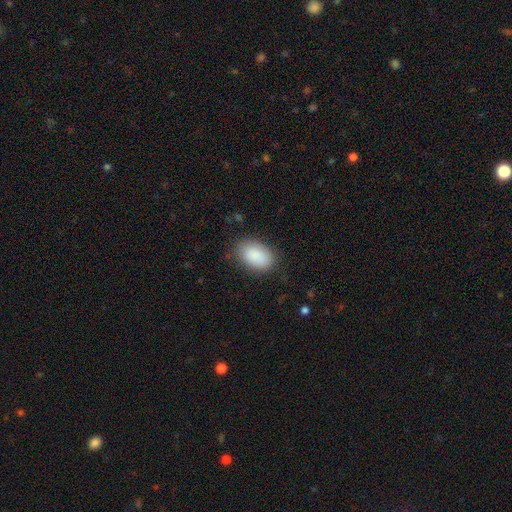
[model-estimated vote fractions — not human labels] Q: Smooth or featured?
A: smooth (89%); runner-up: star or artifact (7%)
Q: How rounded?
A: in between (90%); runner-up: round (9%)
Q: Merging?
A: none (81%); runner-up: minor disturbance (14%)